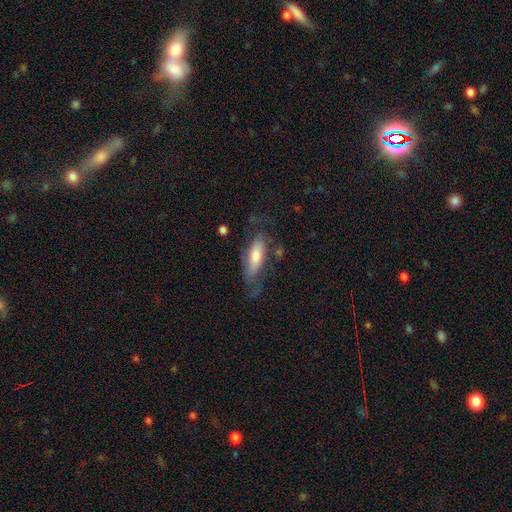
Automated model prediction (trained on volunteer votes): Q: Smooth or featured?
A: smooth (49%); runner-up: featured or disk (44%)
Q: Merging?
A: none (54%); runner-up: minor disturbance (24%)